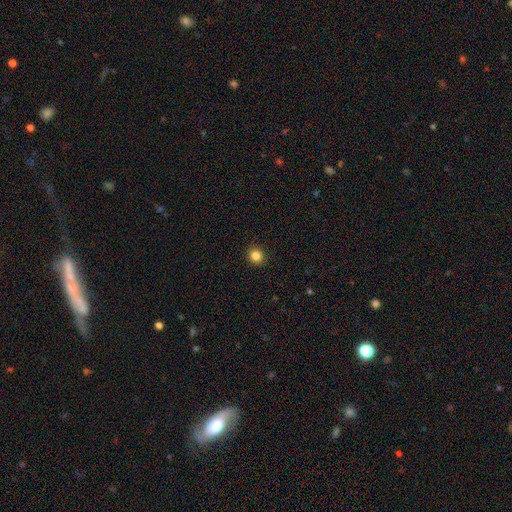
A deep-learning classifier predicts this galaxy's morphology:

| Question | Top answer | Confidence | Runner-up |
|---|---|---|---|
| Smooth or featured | smooth | 84% | star or artifact (12%) |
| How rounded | round | 86% | in between (13%) |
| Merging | none | 92% | minor disturbance (5%) |